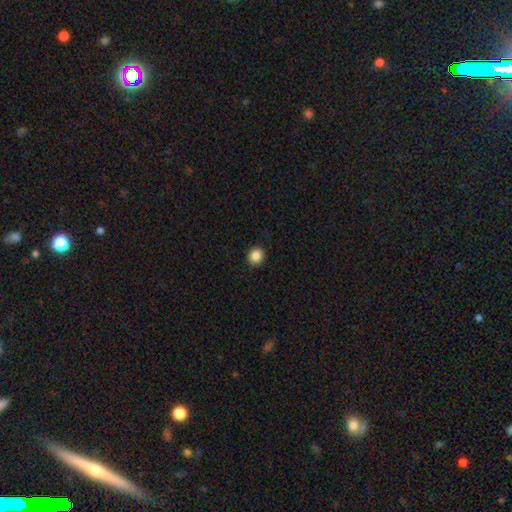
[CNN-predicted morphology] type=smooth (86%); roundness=round (81%); merging=none (92%).